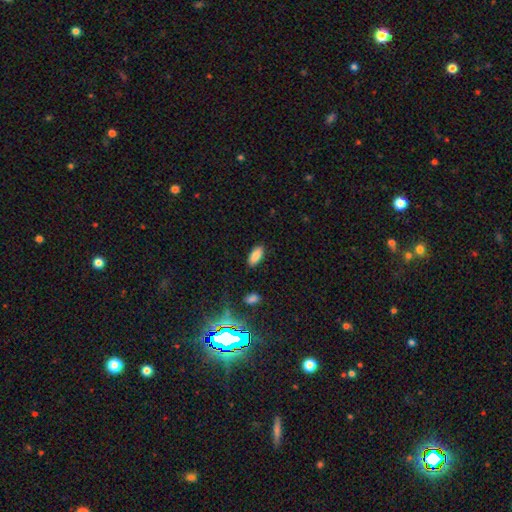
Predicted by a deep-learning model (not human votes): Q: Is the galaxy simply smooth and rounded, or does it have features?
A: smooth — 85%.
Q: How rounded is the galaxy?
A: in between — 85%.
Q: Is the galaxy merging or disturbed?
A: none — 87%.